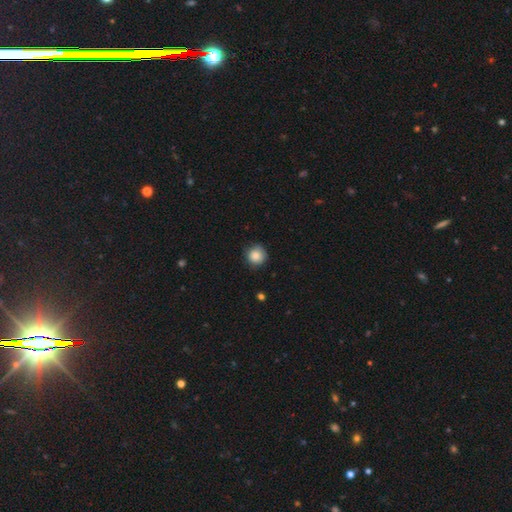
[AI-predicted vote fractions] Q: Smooth or featured?
A: smooth (87%); runner-up: star or artifact (9%)
Q: How rounded?
A: round (93%); runner-up: in between (6%)
Q: Merging?
A: none (83%); runner-up: minor disturbance (14%)